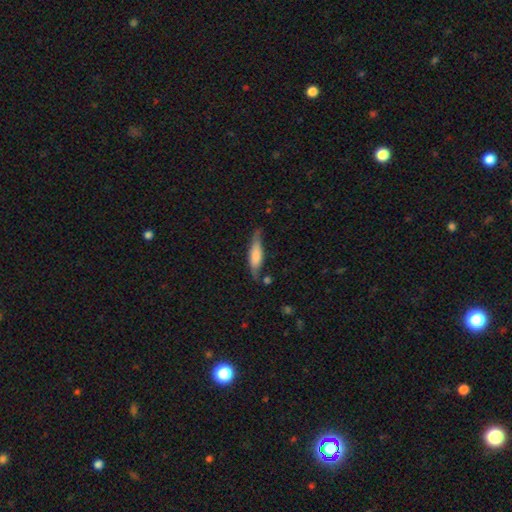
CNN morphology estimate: Smooth or featured? smooth (60%)
How rounded? cigar-shaped (67%)
Merging? none (61%)